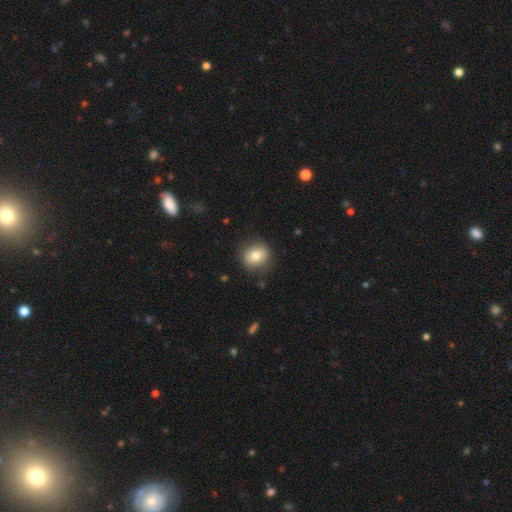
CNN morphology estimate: Smooth or featured?
  - smooth: 78% *
  - featured or disk: 13%
  - star or artifact: 9%
How rounded?
  - round: 82% *
  - in between: 17%
  - cigar-shaped: 1%
Merging?
  - none: 85% *
  - minor disturbance: 11%
  - major disturbance: 3%
  - merger: 1%